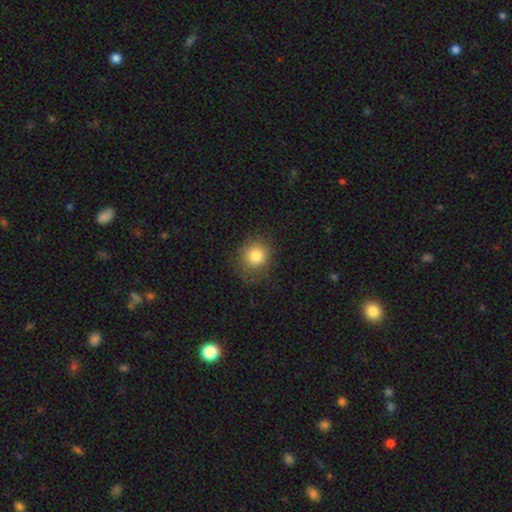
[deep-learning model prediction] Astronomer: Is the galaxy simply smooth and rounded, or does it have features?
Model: smooth — 82%.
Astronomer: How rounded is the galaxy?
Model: round — 83%.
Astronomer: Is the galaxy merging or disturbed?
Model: none — 78%.